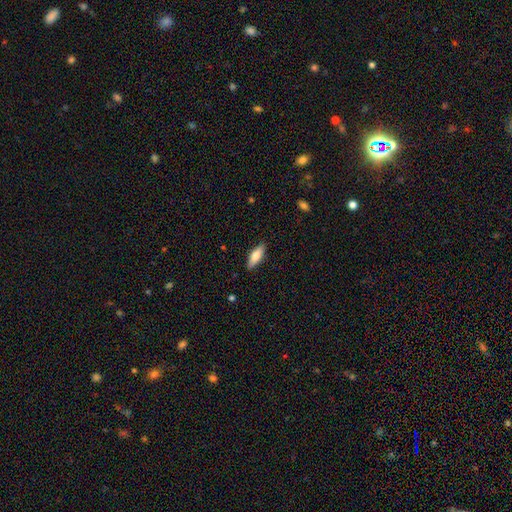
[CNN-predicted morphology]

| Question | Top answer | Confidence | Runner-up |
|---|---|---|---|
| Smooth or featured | smooth | 69% | featured or disk (25%) |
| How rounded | in between | 57% | cigar-shaped (41%) |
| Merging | none | 88% | minor disturbance (9%) |